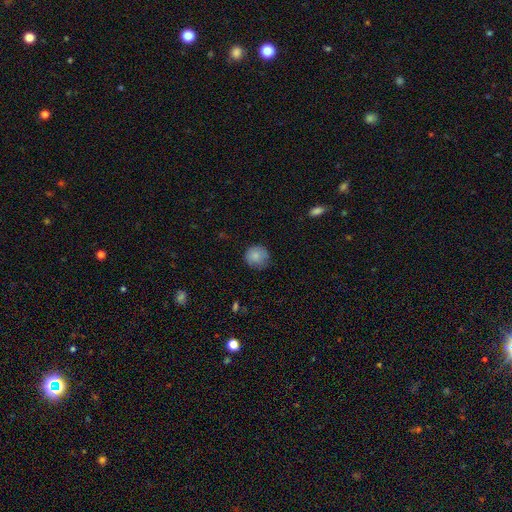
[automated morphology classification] This is clearly a smooth galaxy (85%). How rounded: clearly round (91%). Merging: likely none (76%).